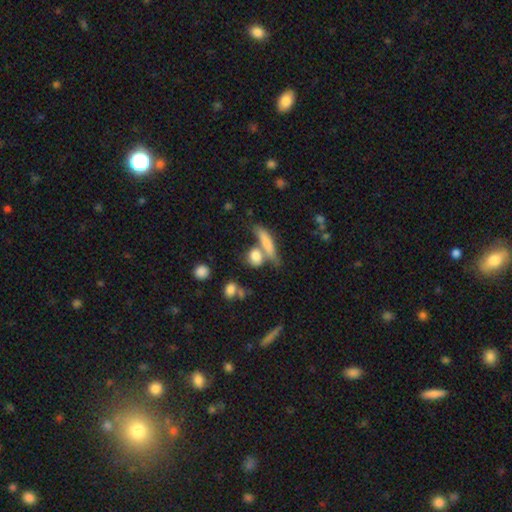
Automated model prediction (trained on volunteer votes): smooth-or-featured: smooth: 76% | featured or disk: 15% | star or artifact: 9%
  how-rounded: round: 41% | in between: 34% | cigar-shaped: 25%
  merging: none: 48% | merger: 33% | minor disturbance: 12% | major disturbance: 6%